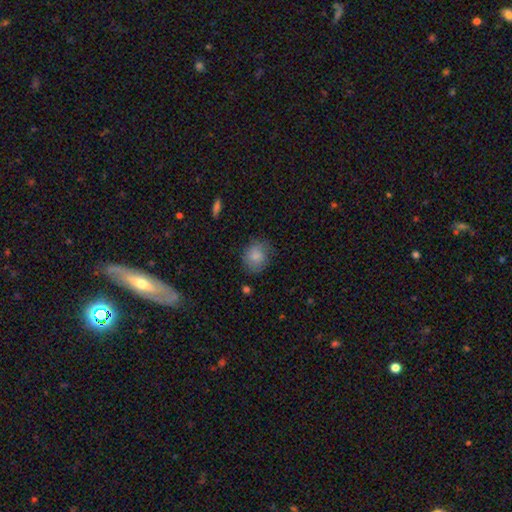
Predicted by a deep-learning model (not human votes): Smooth or featured?
  - smooth: 82% *
  - featured or disk: 10%
  - star or artifact: 8%
How rounded?
  - round: 72% *
  - in between: 27%
  - cigar-shaped: 1%
Merging?
  - none: 70% *
  - minor disturbance: 22%
  - major disturbance: 7%
  - merger: 1%